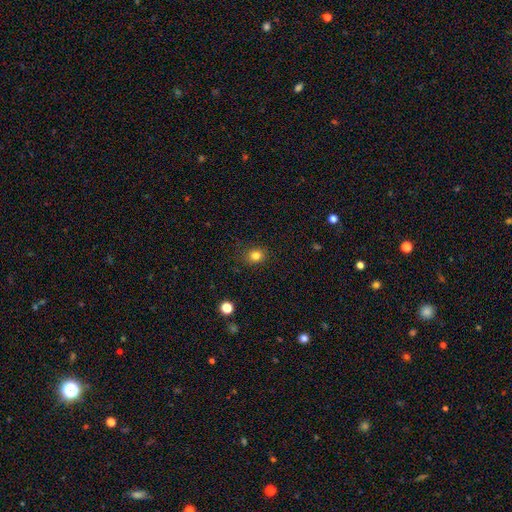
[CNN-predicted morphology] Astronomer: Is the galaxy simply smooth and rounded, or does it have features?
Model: smooth — 81%.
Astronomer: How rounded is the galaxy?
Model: round — 70%.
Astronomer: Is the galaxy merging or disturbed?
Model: none — 85%.